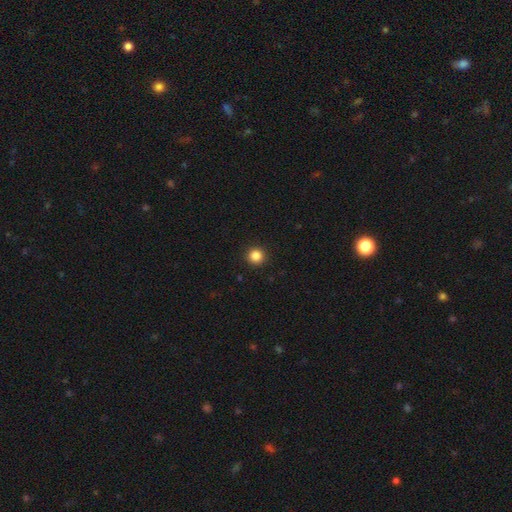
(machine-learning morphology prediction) Overall: smooth (84%). How rounded: round (96%). Merging: none (93%).